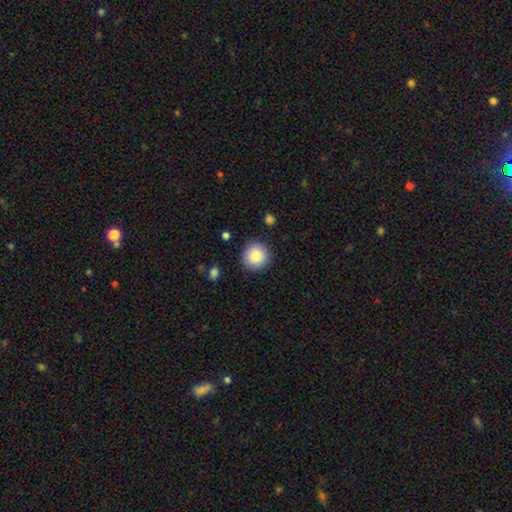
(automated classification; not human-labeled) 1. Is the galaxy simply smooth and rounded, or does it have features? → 88% smooth, 8% star or artifact, 4% featured or disk.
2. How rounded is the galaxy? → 94% round, 5% in between, 1% cigar-shaped.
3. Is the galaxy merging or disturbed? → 88% none, 8% minor disturbance, 2% major disturbance, 1% merger.